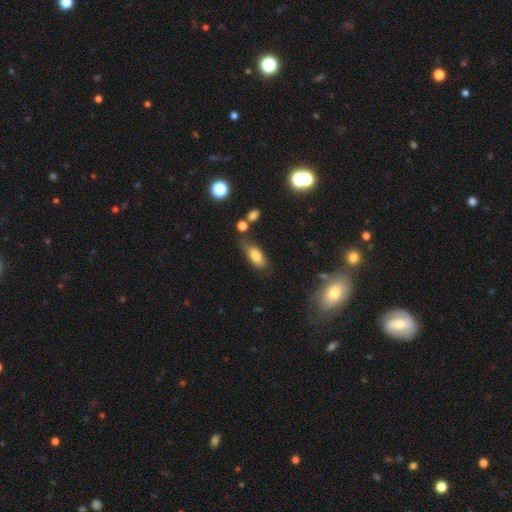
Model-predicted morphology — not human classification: Smooth or featured?
  - smooth: 78% *
  - featured or disk: 13%
  - star or artifact: 9%
How rounded?
  - in between: 80% *
  - cigar-shaped: 17%
  - round: 4%
Merging?
  - none: 60% *
  - minor disturbance: 25%
  - major disturbance: 8%
  - merger: 7%